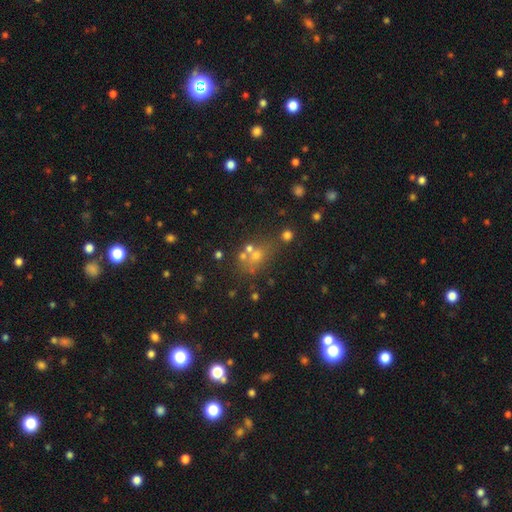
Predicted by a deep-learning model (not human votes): Smooth or featured? Predicted: smooth (p=0.47). Merging? Predicted: none (p=0.51).